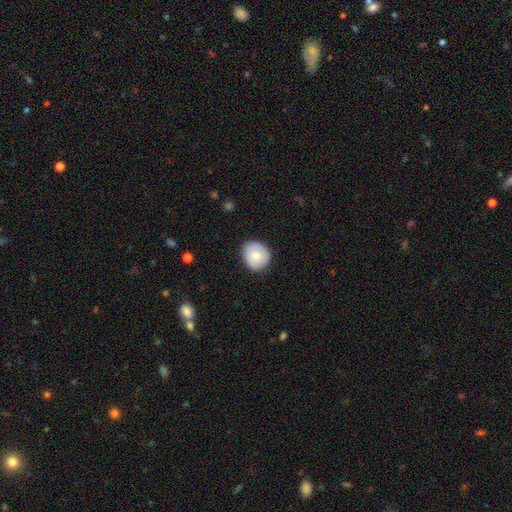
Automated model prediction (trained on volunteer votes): A smooth galaxy with no disk features (79%) that is round (75%). Merging: none (80%).